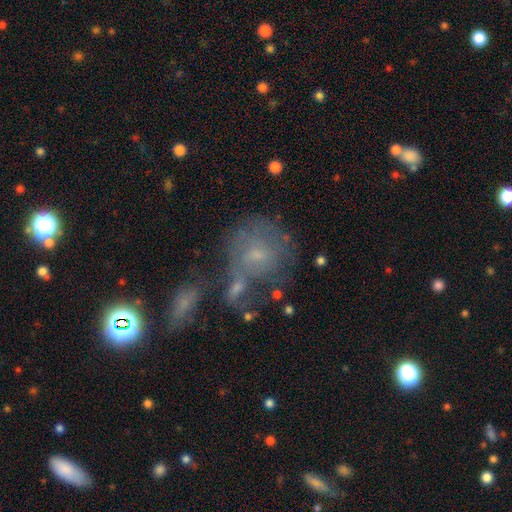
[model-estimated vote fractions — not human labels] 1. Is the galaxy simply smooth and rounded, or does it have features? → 43% smooth, 38% featured or disk, 19% star or artifact.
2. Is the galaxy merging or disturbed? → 41% none, 31% merger, 16% minor disturbance, 12% major disturbance.